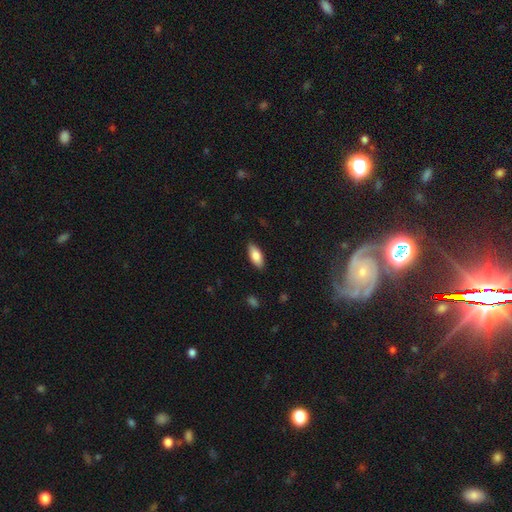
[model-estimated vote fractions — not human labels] Morphology: type=smooth (81%); roundness=in between (84%); merging=none (87%).